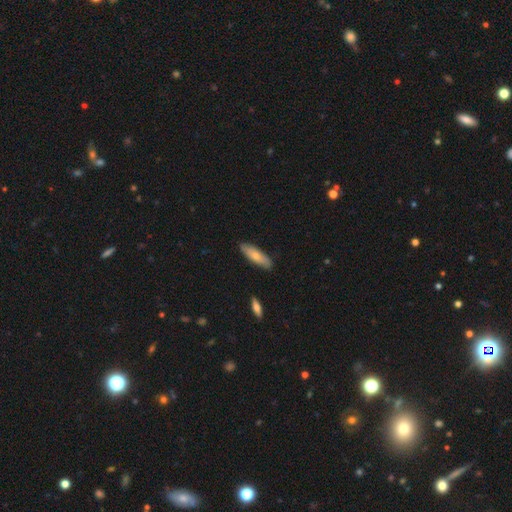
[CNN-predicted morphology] smooth-or-featured: smooth: 71% | featured or disk: 23% | star or artifact: 6%
  how-rounded: cigar-shaped: 51% | in between: 47% | round: 2%
  merging: none: 87% | minor disturbance: 10% | major disturbance: 2% | merger: 1%